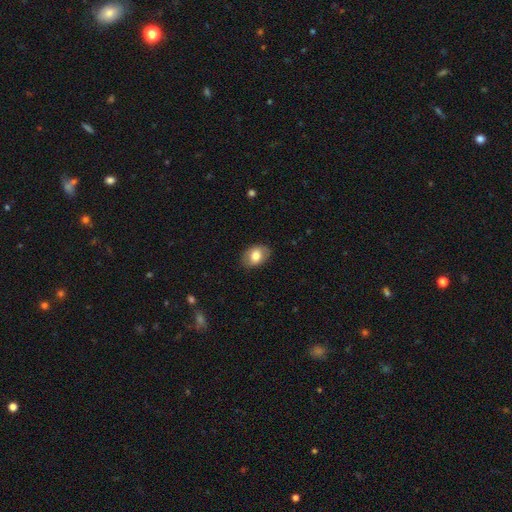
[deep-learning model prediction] Q: Smooth or featured?
A: smooth (76%); runner-up: featured or disk (17%)
Q: How rounded?
A: in between (81%); runner-up: round (18%)
Q: Merging?
A: none (84%); runner-up: minor disturbance (12%)